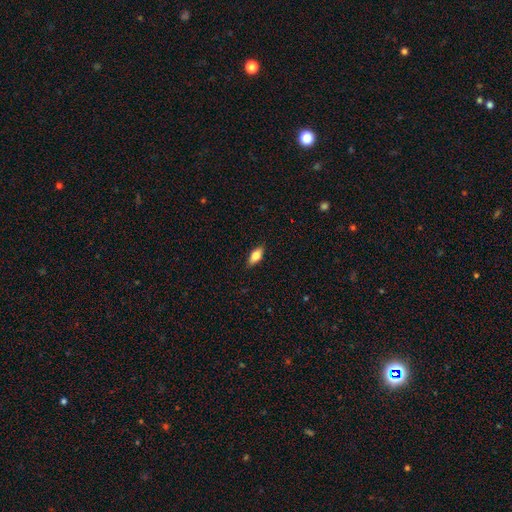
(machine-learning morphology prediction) smooth-or-featured: smooth: 76% | featured or disk: 17% | star or artifact: 7%
  how-rounded: in between: 84% | cigar-shaped: 13% | round: 3%
  merging: none: 88% | minor disturbance: 9% | major disturbance: 2% | merger: 1%